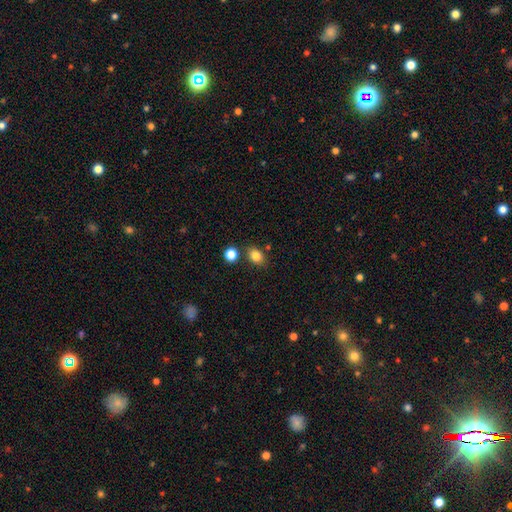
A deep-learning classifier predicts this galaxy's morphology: smooth 83%, star or artifact 11%, featured or disk 6%. Down the decision tree: how rounded — in between (62%); merging — none (77%).